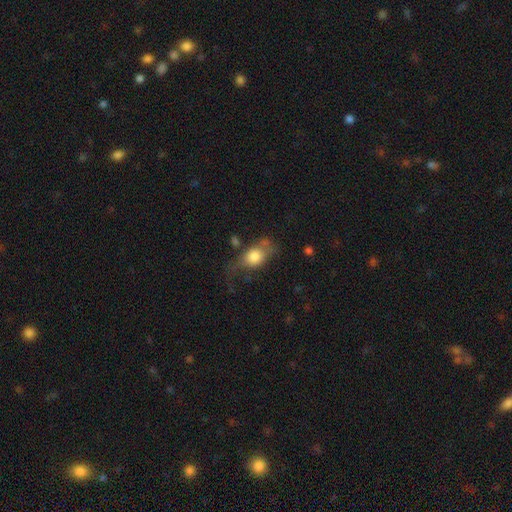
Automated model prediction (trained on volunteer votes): A smooth galaxy with no disk features (72%) that is in between round and cigar-shaped (65%).

Vote fractions:
- Smooth or featured? smooth: 72% / featured or disk: 20% / star or artifact: 8%
- How rounded? in between: 65% / round: 31% / cigar-shaped: 4%
- Merging? none: 35% / major disturbance: 29% / minor disturbance: 29% / merger: 7%